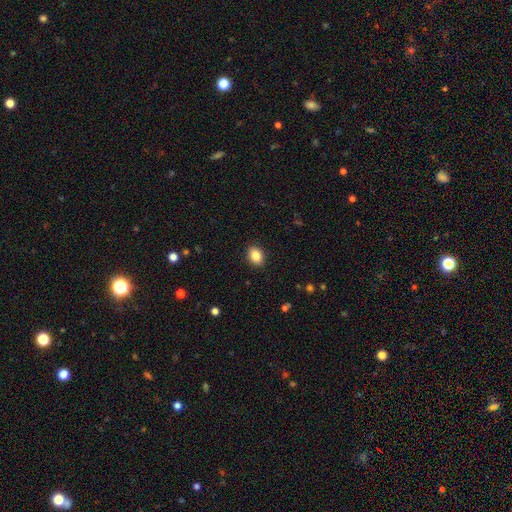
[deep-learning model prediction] This is clearly a smooth galaxy (86%). How rounded: likely in between (75%). Merging: clearly none (90%).